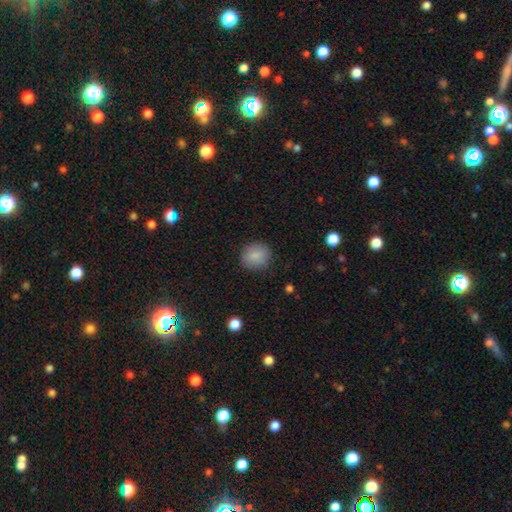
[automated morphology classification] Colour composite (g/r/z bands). It shows a smooth galaxy with no disk features (86%) that is round (82%). Merging: none (85%).